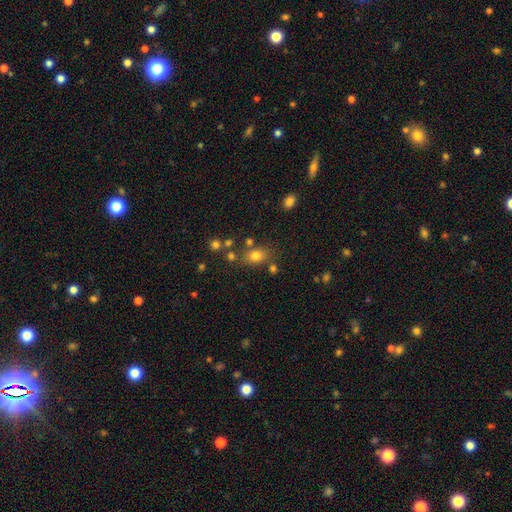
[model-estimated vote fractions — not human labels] A smooth galaxy with no disk features (76%) that is in between round and cigar-shaped (68%).

Vote fractions:
- Smooth or featured? smooth: 76% / star or artifact: 14% / featured or disk: 10%
- How rounded? in between: 68% / round: 30% / cigar-shaped: 2%
- Merging? none: 71% / minor disturbance: 14% / merger: 10% / major disturbance: 5%